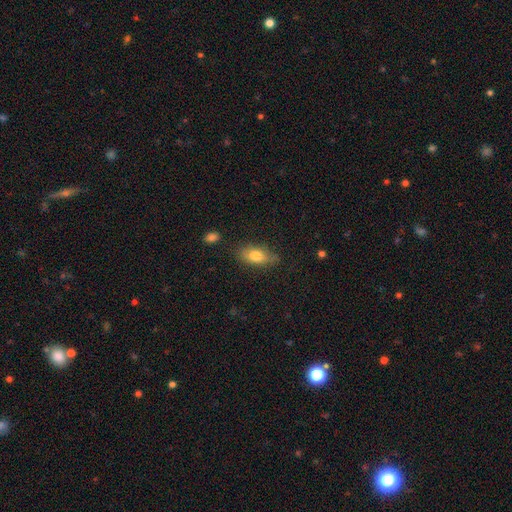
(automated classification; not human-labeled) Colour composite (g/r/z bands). It shows a smooth galaxy with no disk features (77%) that is in between round and cigar-shaped (82%). Merging: none (72%).